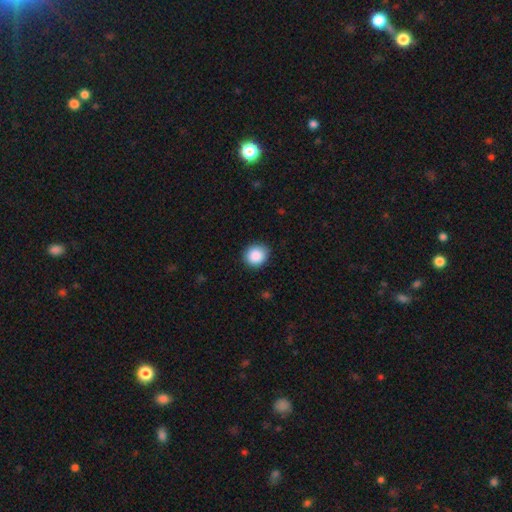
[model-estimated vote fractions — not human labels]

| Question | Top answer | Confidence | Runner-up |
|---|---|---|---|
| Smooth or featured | smooth | 88% | star or artifact (8%) |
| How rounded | round | 84% | in between (15%) |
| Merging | none | 87% | minor disturbance (10%) |